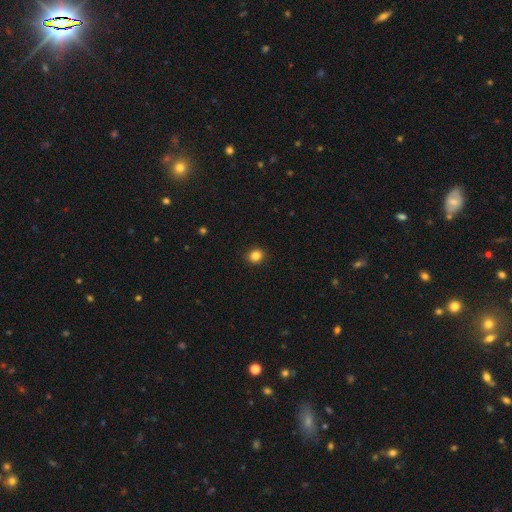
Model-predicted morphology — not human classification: Q: Smooth or featured?
A: smooth (84%); runner-up: star or artifact (12%)
Q: How rounded?
A: round (80%); runner-up: in between (19%)
Q: Merging?
A: none (92%); runner-up: minor disturbance (6%)